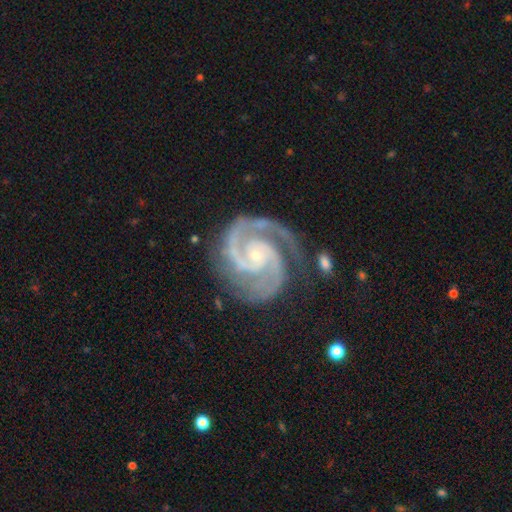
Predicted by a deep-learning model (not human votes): This is clearly a featured or disk galaxy (94%). It is clearly not viewed edge-on (98%). Bar: likely no (66%). Spiral arm pattern: clearly yes (99%). Spiral arm count: clearly 2 (83%). Spiral winding: possibly tight (56%). Central bulge: likely small (79%). Merging: likely none (73%).